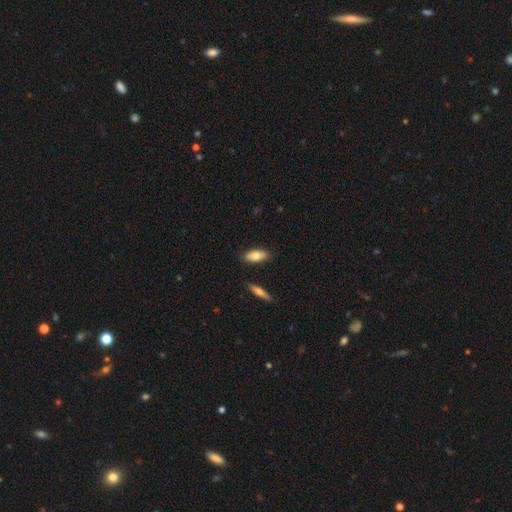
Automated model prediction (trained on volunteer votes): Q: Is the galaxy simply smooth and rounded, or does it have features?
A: smooth — 78%.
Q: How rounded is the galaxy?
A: in between — 84%.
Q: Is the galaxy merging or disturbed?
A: none — 85%.